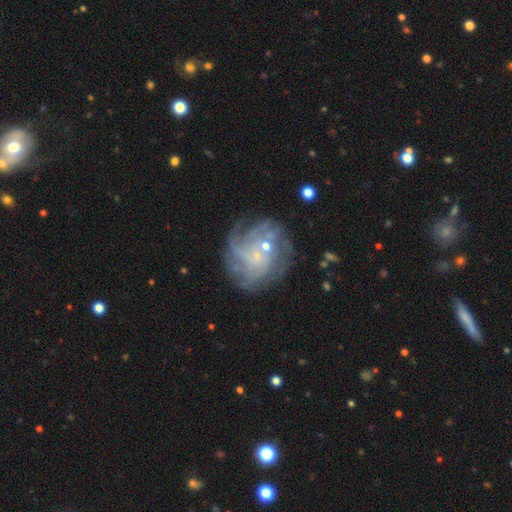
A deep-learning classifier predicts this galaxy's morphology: Smooth or featured?
  - featured or disk: 75% *
  - smooth: 15%
  - star or artifact: 10%
Edge-on disk?
  - no: 98% *
  - yes: 2%
Bar?
  - no: 76% *
  - weak: 20%
  - strong: 4%
Spiral arms?
  - yes: 85% *
  - no: 15%
Spiral winding?
  - tight: 54% *
  - medium: 30%
  - loose: 15%
Spiral arm count?
  - can't tell: 39% *
  - 4: 20%
  - more than 4: 16%
  - 3: 11%
  - 2: 8%
  - 1: 6%
Bulge size?
  - small: 75% *
  - moderate: 14%
  - none: 8%
  - large: 1%
  - dominant: 1%
Merging?
  - none: 61% *
  - minor disturbance: 18%
  - major disturbance: 13%
  - merger: 8%